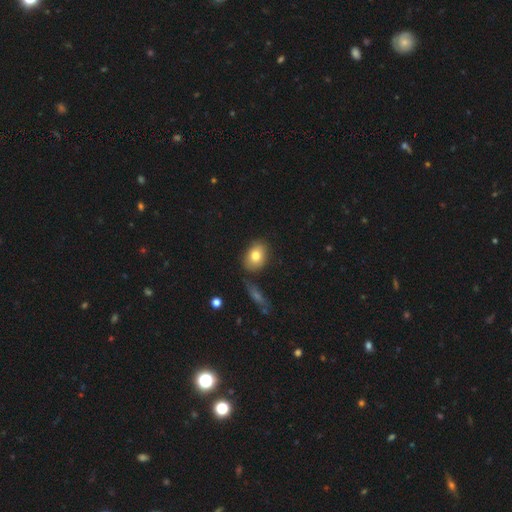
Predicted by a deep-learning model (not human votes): The model was most divided on "how rounded": in between: 70%, round: 28%, cigar-shaped: 2%. More confident: smooth or featured — smooth (79%); merging — none (78%).